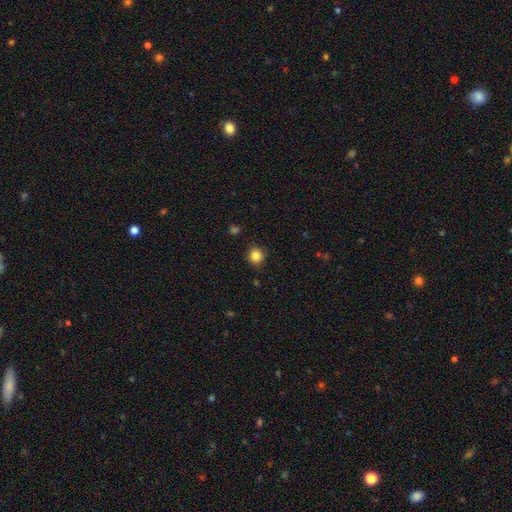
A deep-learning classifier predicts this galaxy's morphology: This appears to be a smooth galaxy with no disk features (84%) that is round (87%). Merging: none (88%).